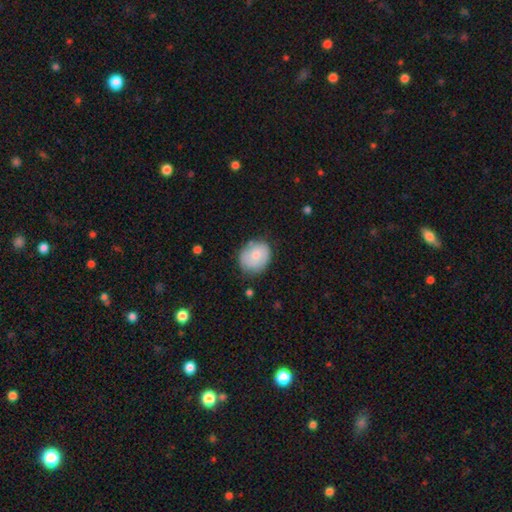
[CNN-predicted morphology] Smooth or featured: smooth — 70% (featured or disk — 24%)
How rounded: round — 60% (in between — 39%)
Merging: none — 71% (minor disturbance — 21%)